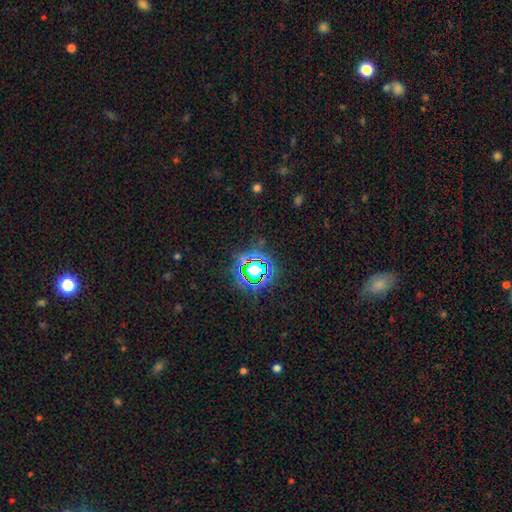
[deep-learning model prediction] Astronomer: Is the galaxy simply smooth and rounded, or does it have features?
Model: star or artifact — 79%.